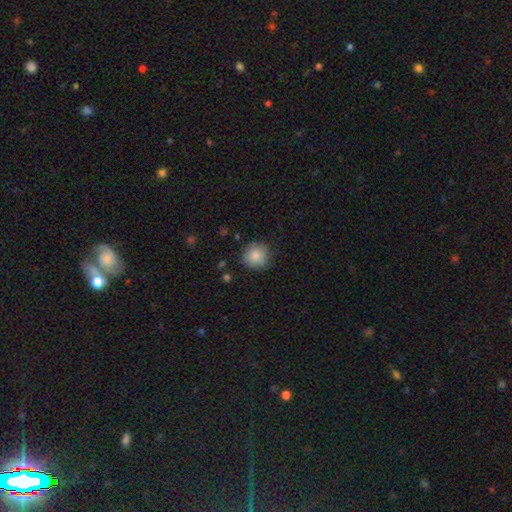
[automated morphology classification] Smooth or featured? smooth (84%)
How rounded? round (92%)
Merging? none (82%)